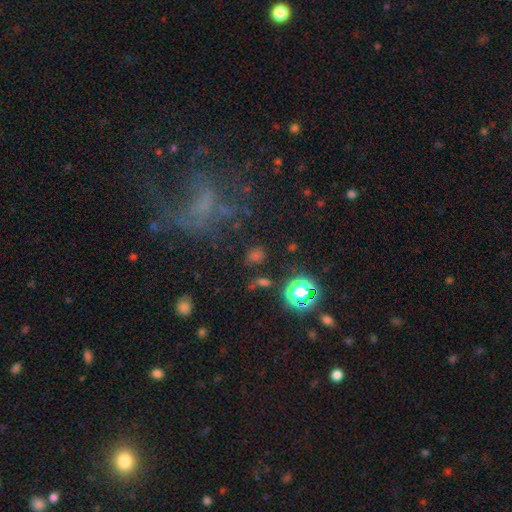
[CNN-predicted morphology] type=smooth (49%); merging=none (76%).